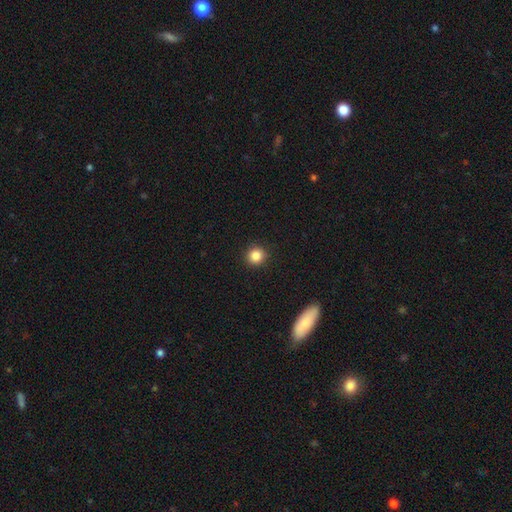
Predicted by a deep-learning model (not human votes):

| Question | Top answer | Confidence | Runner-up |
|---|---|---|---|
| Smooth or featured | smooth | 85% | star or artifact (11%) |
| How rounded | round | 93% | in between (6%) |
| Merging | none | 92% | minor disturbance (5%) |